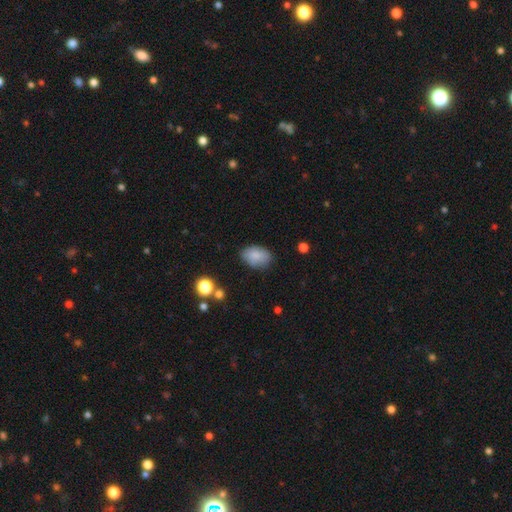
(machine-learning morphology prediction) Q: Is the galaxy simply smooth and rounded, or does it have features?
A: smooth — 85%.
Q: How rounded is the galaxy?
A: in between — 87%.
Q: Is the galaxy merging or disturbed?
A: none — 79%.